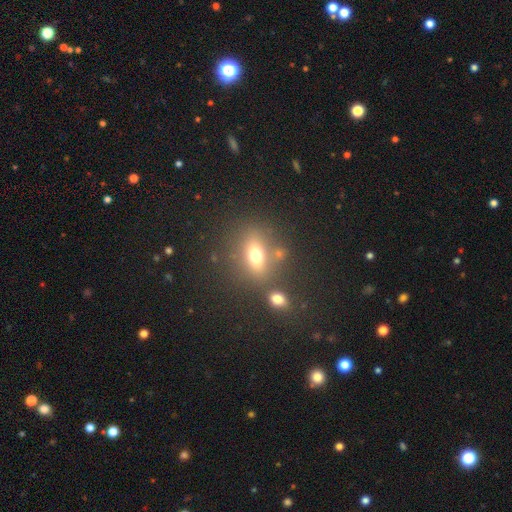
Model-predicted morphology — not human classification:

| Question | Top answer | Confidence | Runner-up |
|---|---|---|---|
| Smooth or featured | smooth | 67% | featured or disk (18%) |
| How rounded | in between | 66% | round (27%) |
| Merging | none | 65% | merger (16%) |